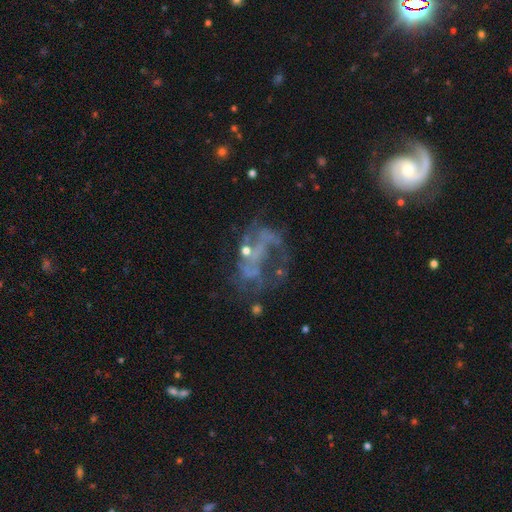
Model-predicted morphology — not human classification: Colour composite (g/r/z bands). It shows a featured or disk galaxy (65%) with no bar (75%), no spiral arms (57%) and no central bulge (45%). Merging: major disturbance (41%).